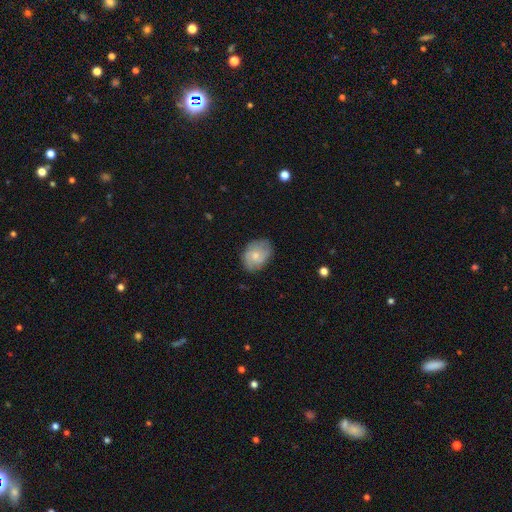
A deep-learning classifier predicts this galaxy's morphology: Overall: smooth (63%; featured or disk 30%). How rounded: in between (67%; round 32%). Merging: none (71%).